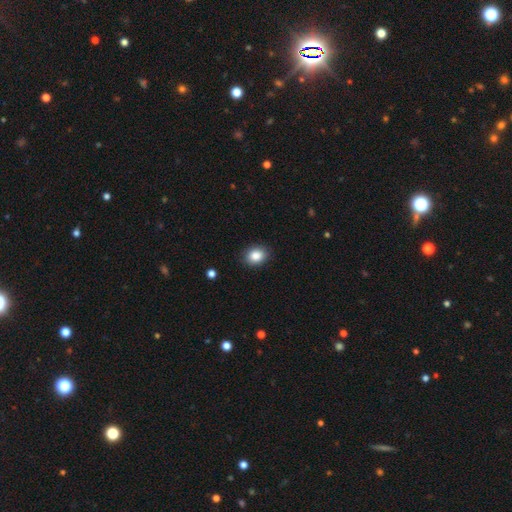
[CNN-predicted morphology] Overall: smooth (87%). How rounded: in between (55%; round 44%). Merging: none (88%).